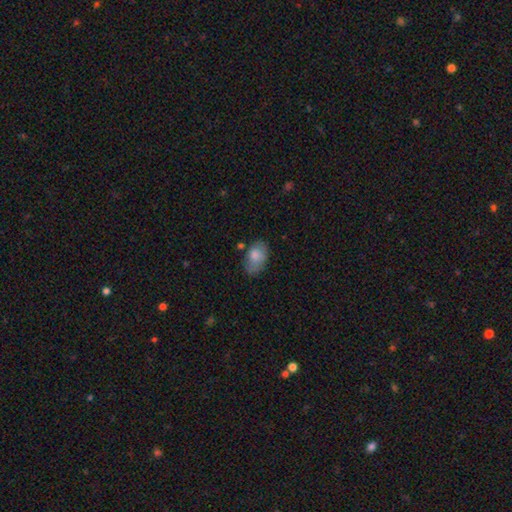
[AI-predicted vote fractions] Q: Smooth or featured?
A: smooth (82%); runner-up: featured or disk (12%)
Q: How rounded?
A: in between (90%); runner-up: round (9%)
Q: Merging?
A: none (66%); runner-up: minor disturbance (24%)